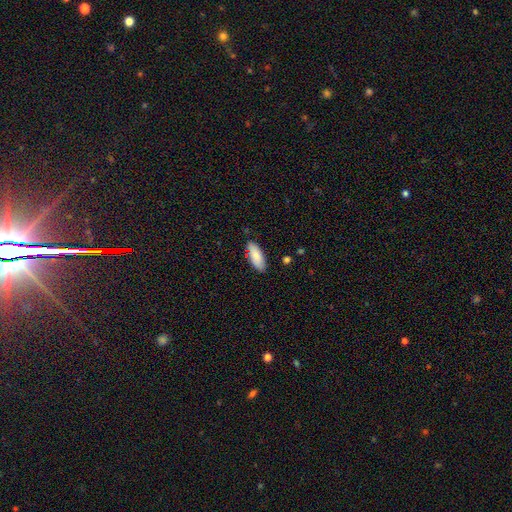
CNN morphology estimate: A smooth galaxy with no disk features (85%) that is in between round and cigar-shaped (79%). Merging: none (84%).